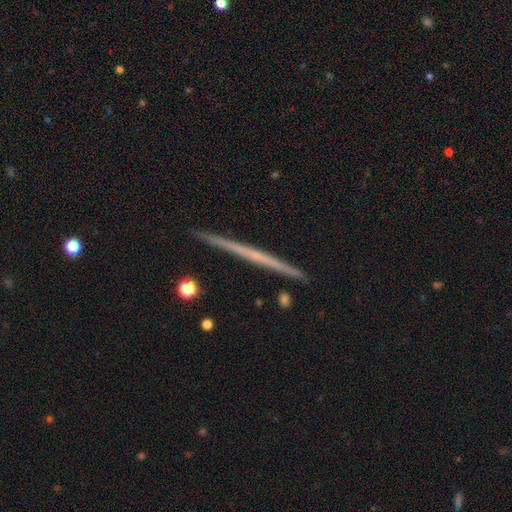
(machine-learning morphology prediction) Q: Smooth or featured?
A: featured or disk (63%); runner-up: smooth (31%)
Q: Edge-on disk?
A: yes (98%); runner-up: no (2%)
Q: Edge-on bulge?
A: none (89%); runner-up: rounded (8%)
Q: Merging?
A: none (92%); runner-up: minor disturbance (6%)